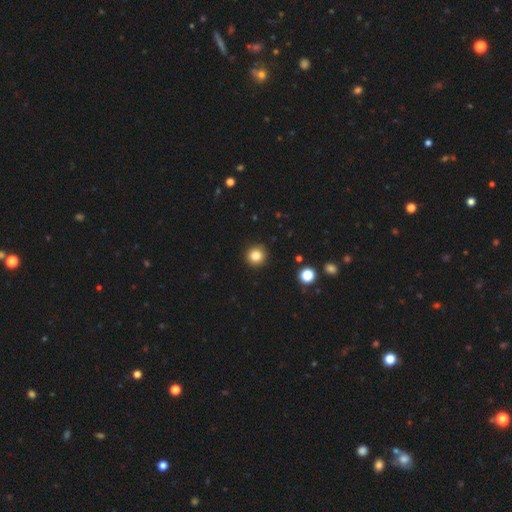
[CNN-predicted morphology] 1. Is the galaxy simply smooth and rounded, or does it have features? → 84% smooth, 11% star or artifact, 5% featured or disk.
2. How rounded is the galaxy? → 94% round, 5% in between, 1% cigar-shaped.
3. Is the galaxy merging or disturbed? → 92% none, 5% minor disturbance, 2% major disturbance, 1% merger.